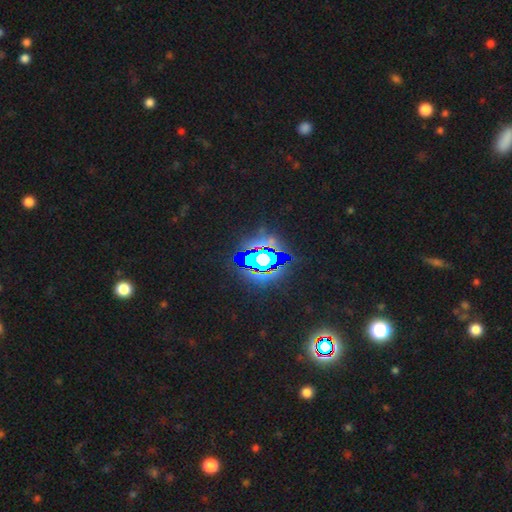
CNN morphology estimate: Smooth or featured? star or artifact (82%)